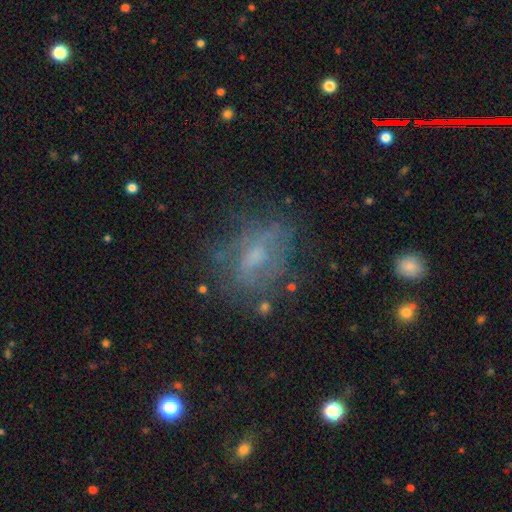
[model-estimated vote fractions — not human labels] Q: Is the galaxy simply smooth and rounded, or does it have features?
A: featured or disk — 48%.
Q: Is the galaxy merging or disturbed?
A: none — 55%.